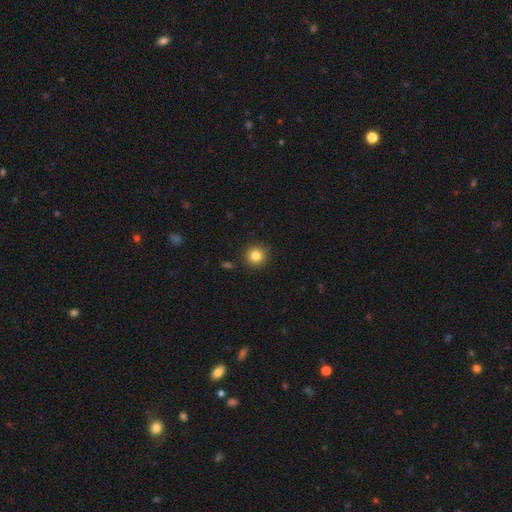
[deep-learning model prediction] This is clearly a smooth galaxy (84%). How rounded: clearly round (94%). Merging: clearly none (91%).